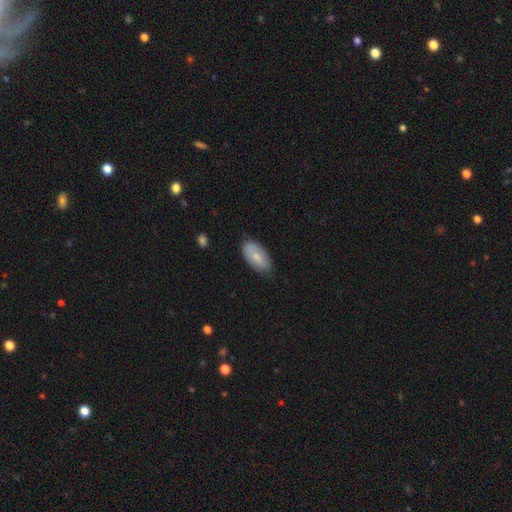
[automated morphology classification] A smooth galaxy with no disk features (75%) that is in between round and cigar-shaped (94%).

Vote fractions:
- Smooth or featured? smooth: 75% / featured or disk: 20% / star or artifact: 6%
- How rounded? in between: 94% / cigar-shaped: 4% / round: 2%
- Merging? none: 81% / minor disturbance: 15% / major disturbance: 3% / merger: 1%